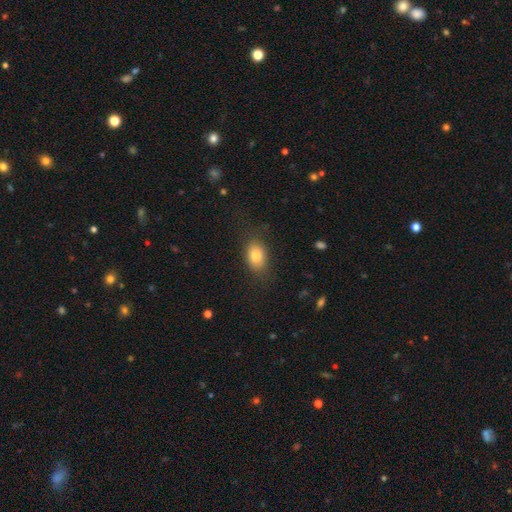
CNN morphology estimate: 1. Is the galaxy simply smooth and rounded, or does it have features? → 81% smooth, 10% featured or disk, 8% star or artifact.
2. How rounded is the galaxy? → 81% in between, 18% round, 2% cigar-shaped.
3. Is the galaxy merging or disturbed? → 76% none, 16% minor disturbance, 6% major disturbance, 1% merger.